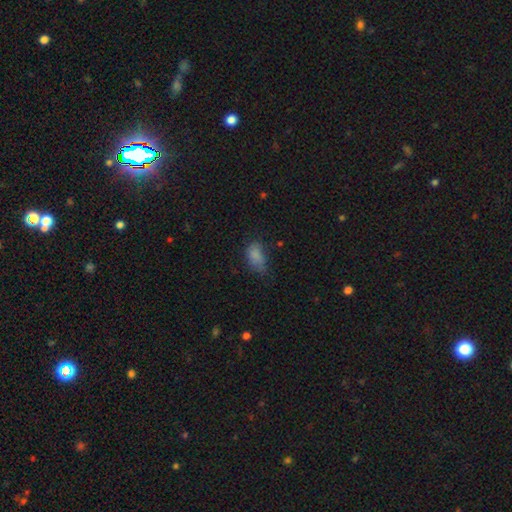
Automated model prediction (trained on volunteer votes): smooth_or_featured: smooth (p=0.80) [alt: star or artifact p=0.11]
how_rounded: in between (p=0.90) [alt: round p=0.07]
merging: none (p=0.45) [alt: minor disturbance p=0.35]